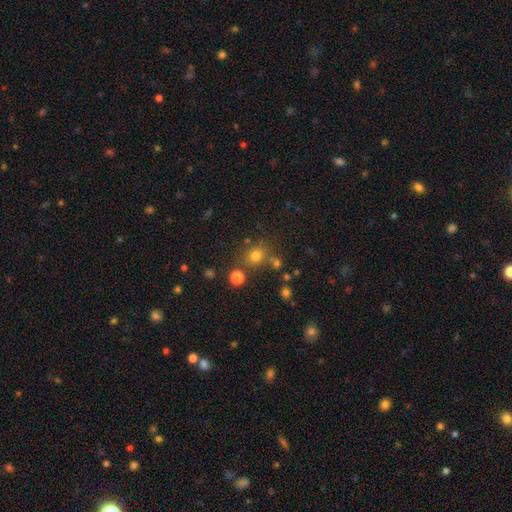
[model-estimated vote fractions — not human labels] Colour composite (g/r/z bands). It shows a smooth galaxy with no disk features (74%) that is round (80%). Merging: none (73%).